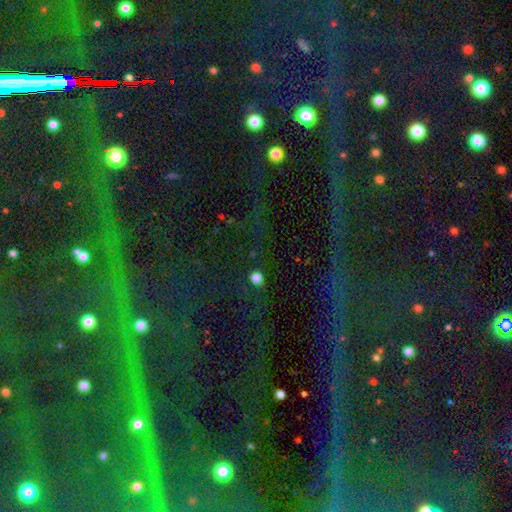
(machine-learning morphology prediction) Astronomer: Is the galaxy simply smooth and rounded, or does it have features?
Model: star or artifact — 80%.